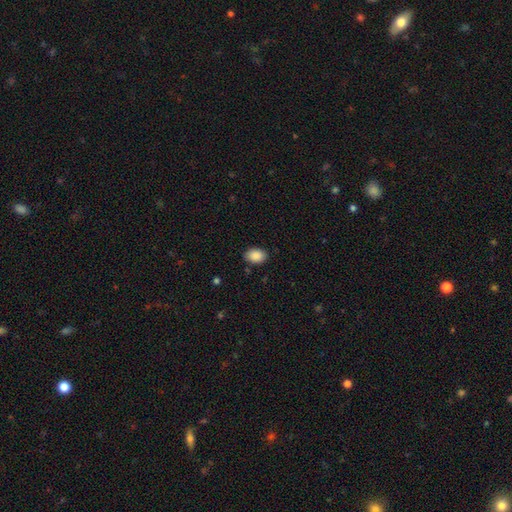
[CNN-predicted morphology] A smooth galaxy with no disk features (89%) that is in between round and cigar-shaped (82%). Merging: none (86%).